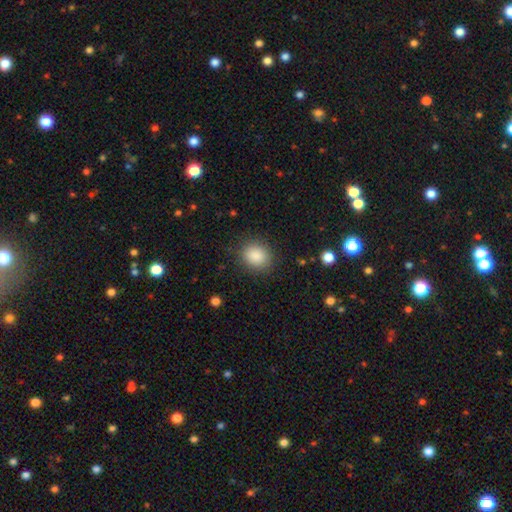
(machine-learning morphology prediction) A smooth galaxy with no disk features (88%) that is round (72%).

Vote fractions:
- Smooth or featured? smooth: 88% / star or artifact: 8% / featured or disk: 4%
- How rounded? round: 72% / in between: 28% / cigar-shaped: 1%
- Merging? none: 87% / minor disturbance: 9% / major disturbance: 3% / merger: 1%